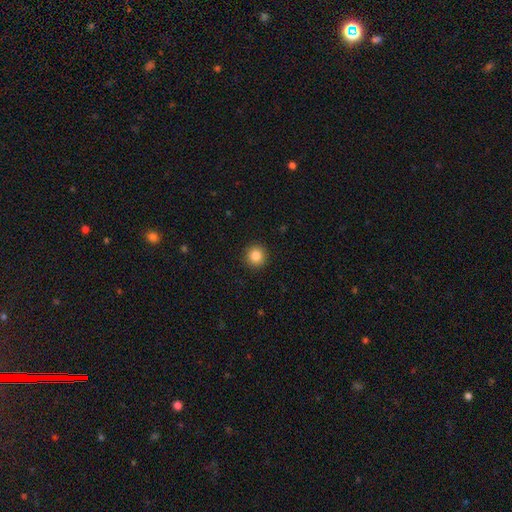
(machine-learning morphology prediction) Smooth or featured? smooth (85%)
How rounded? round (95%)
Merging? none (93%)